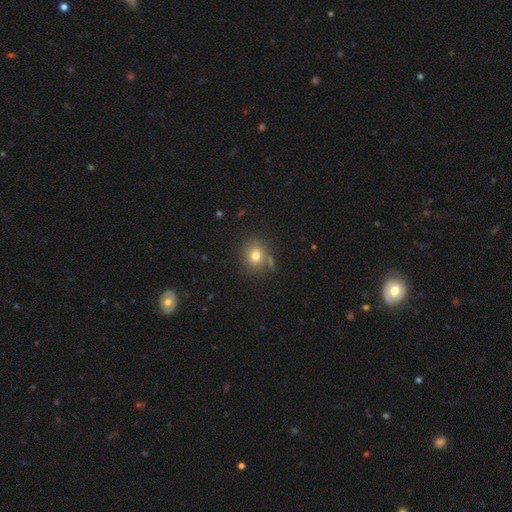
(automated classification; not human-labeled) Morphology: type=smooth (77%); roundness=round (83%); merging=none (75%).